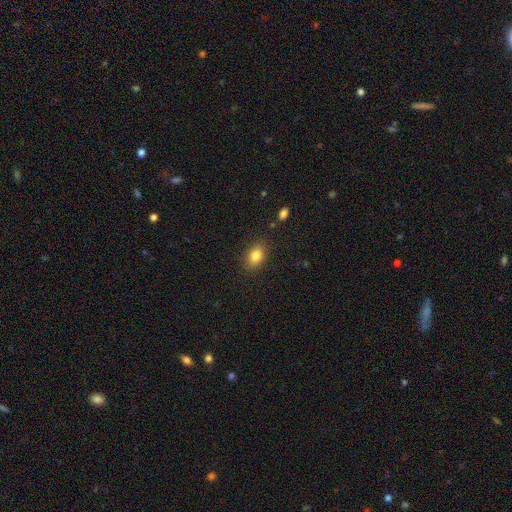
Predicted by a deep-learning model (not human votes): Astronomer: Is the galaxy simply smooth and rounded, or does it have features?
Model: smooth — 83%.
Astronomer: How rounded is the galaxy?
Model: in between — 80%.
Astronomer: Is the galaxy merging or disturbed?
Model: none — 86%.